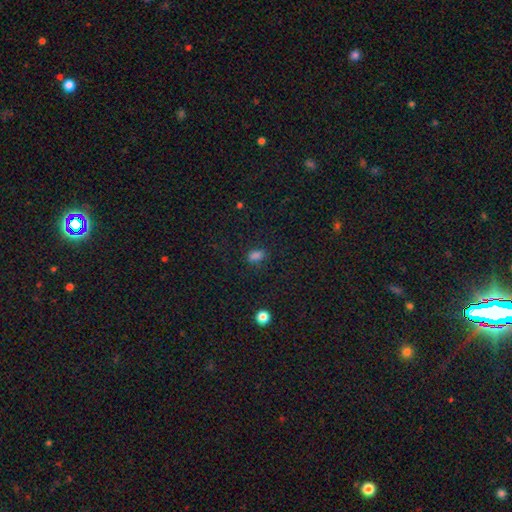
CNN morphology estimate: Overall: smooth (78%). How rounded: in between (82%). Merging: none (79%).